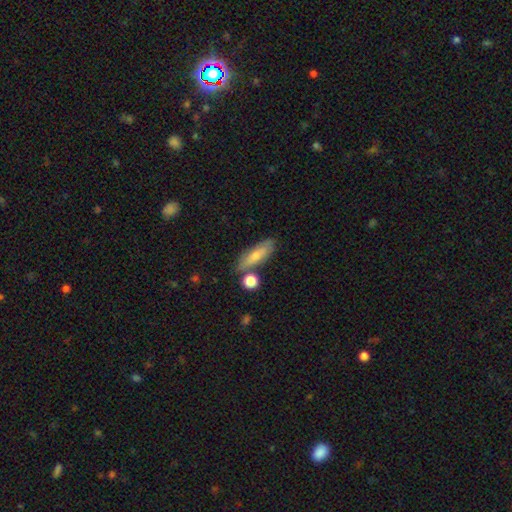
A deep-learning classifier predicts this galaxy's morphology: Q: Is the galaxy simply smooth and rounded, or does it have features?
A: smooth — 69%.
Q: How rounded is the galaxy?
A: in between — 53%.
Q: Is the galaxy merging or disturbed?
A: none — 69%.